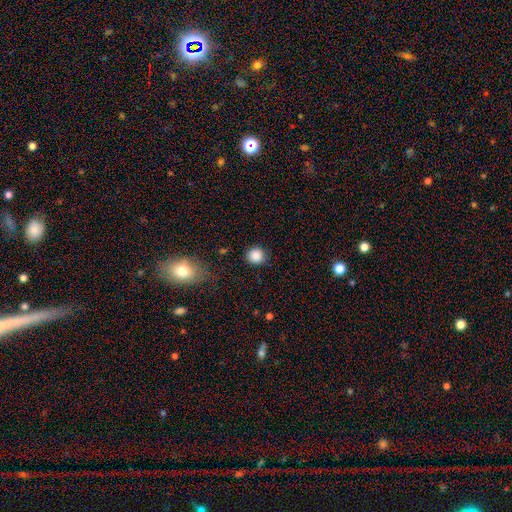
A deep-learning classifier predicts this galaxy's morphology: Q: Smooth or featured?
A: smooth (87%); runner-up: star or artifact (10%)
Q: How rounded?
A: round (91%); runner-up: in between (8%)
Q: Merging?
A: none (87%); runner-up: minor disturbance (8%)